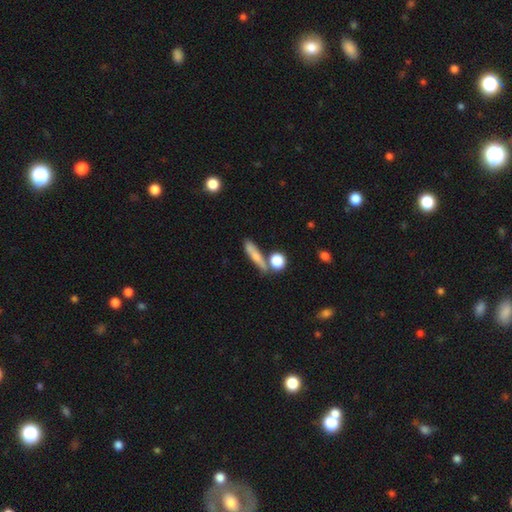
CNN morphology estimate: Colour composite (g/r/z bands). It shows a smooth galaxy with no disk features (67%) that is cigar-shaped (66%). Merging: none (63%).